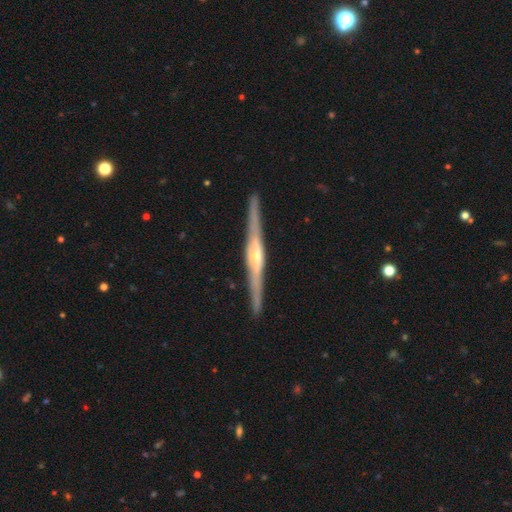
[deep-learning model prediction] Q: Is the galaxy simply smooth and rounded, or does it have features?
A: featured or disk — 85%.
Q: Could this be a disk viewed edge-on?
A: yes — 98%.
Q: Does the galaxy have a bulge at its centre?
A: rounded — 81%.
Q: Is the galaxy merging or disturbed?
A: none — 91%.